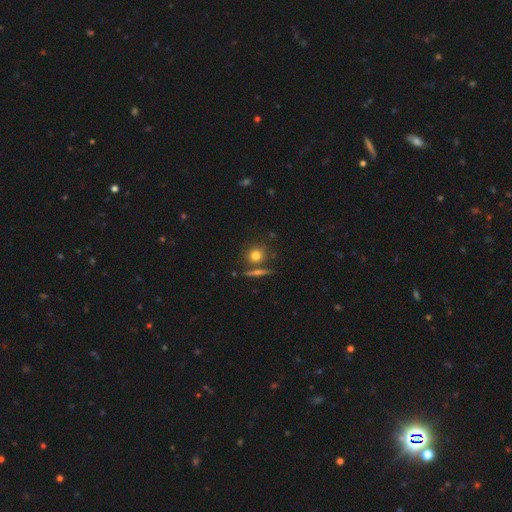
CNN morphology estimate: smooth 75%, featured or disk 14%, star or artifact 11%. Down the decision tree: how rounded — round (82%); merging — none (71%).